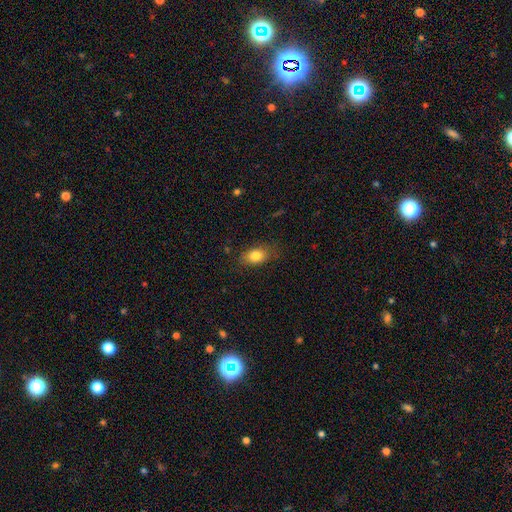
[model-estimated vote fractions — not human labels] Morphology: type=smooth (81%); roundness=in between (81%); merging=none (77%).